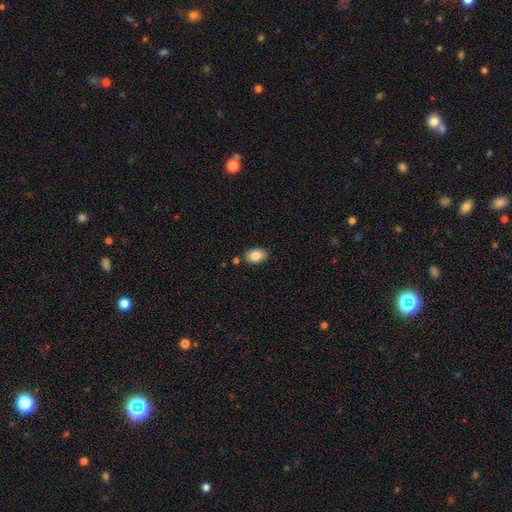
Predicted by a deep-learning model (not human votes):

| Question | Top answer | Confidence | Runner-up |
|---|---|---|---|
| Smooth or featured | smooth | 84% | featured or disk (8%) |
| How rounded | in between | 88% | round (11%) |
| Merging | none | 84% | minor disturbance (10%) |